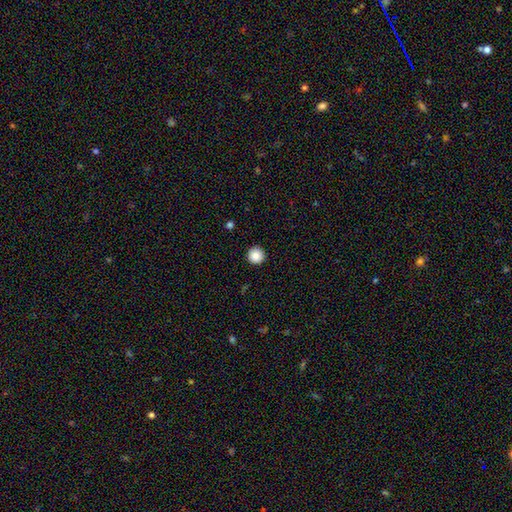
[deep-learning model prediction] A smooth galaxy with no disk features (88%) that is round (97%).

Vote fractions:
- Smooth or featured? smooth: 88% / star or artifact: 9% / featured or disk: 3%
- How rounded? round: 97% / in between: 3% / cigar-shaped: 1%
- Merging? none: 93% / minor disturbance: 4% / major disturbance: 1% / merger: 1%